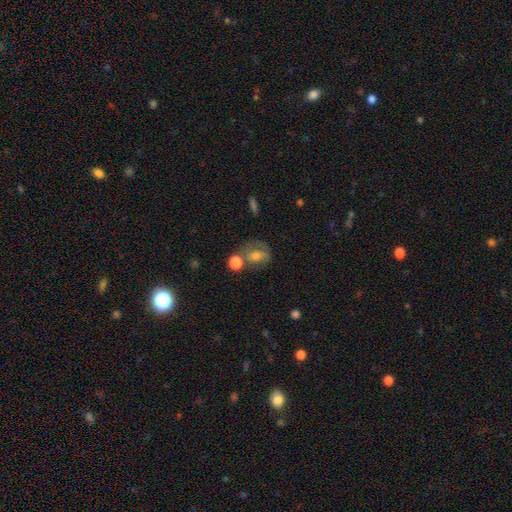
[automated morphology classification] Smooth or featured: smooth — 57% (featured or disk — 28%)
How rounded: in between — 50% (round — 48%)
Merging: none — 49% (minor disturbance — 20%)